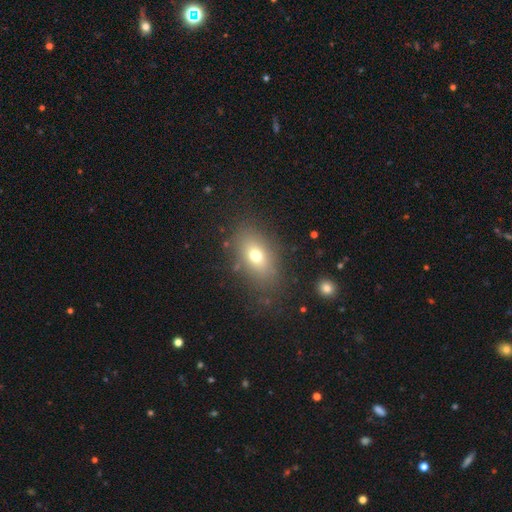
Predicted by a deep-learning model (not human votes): Smooth or featured? smooth (70%)
How rounded? in between (81%)
Merging? none (80%)